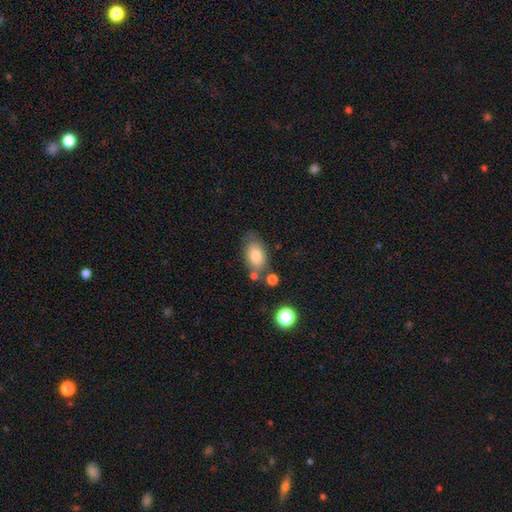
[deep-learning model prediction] smooth_or_featured: smooth (p=0.79) [alt: featured or disk p=0.13]
how_rounded: in between (p=0.89) [alt: round p=0.09]
merging: none (p=0.62) [alt: minor disturbance p=0.19]